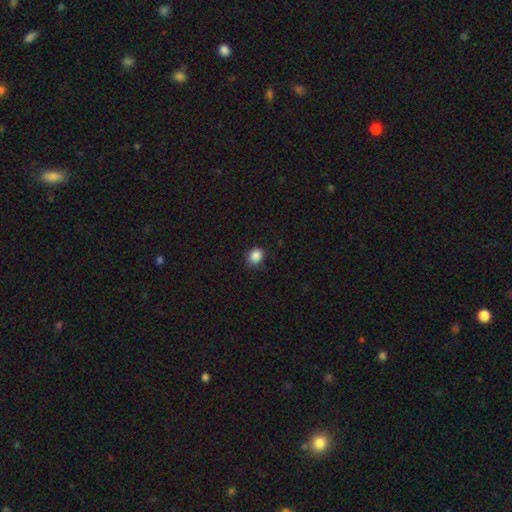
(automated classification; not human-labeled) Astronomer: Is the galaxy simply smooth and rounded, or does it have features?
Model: smooth — 87%.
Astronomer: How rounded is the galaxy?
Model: round — 61% (runner-up: in between, 38%).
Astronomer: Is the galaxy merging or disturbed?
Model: none — 82%.